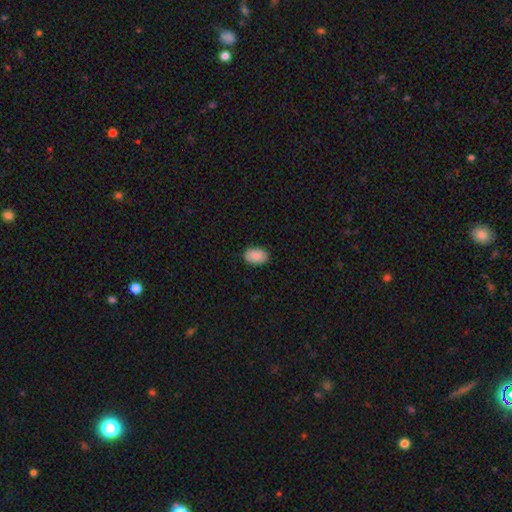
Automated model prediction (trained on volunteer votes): This appears to be a smooth galaxy with no disk features (90%) that is in between round and cigar-shaped (88%). Merging: none (88%).